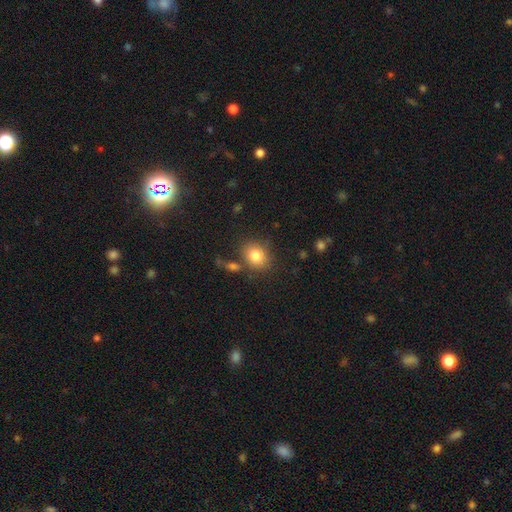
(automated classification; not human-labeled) Overall: smooth (82%). How rounded: round (57%; in between 42%). Merging: none (74%).